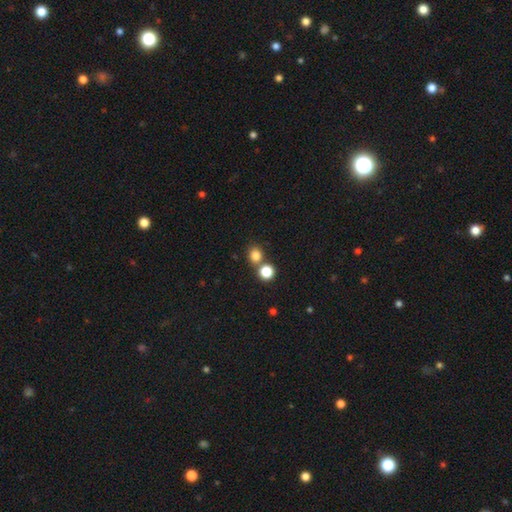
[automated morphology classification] Overall: smooth (81%). How rounded: round (81%). Merging: none (65%; merger 25%).